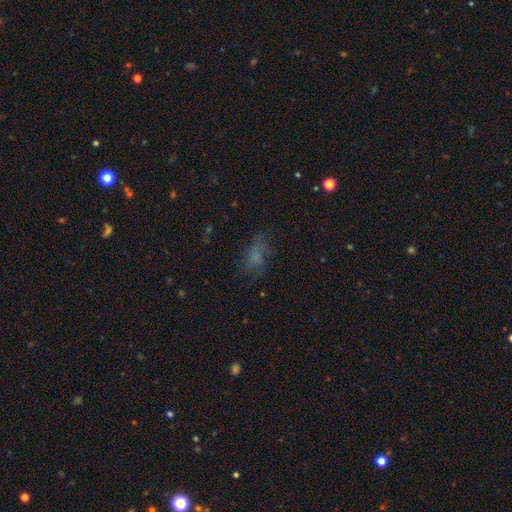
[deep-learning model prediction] A smooth galaxy with no disk features (57%) that is in between round and cigar-shaped (79%). Merging: none (52%).